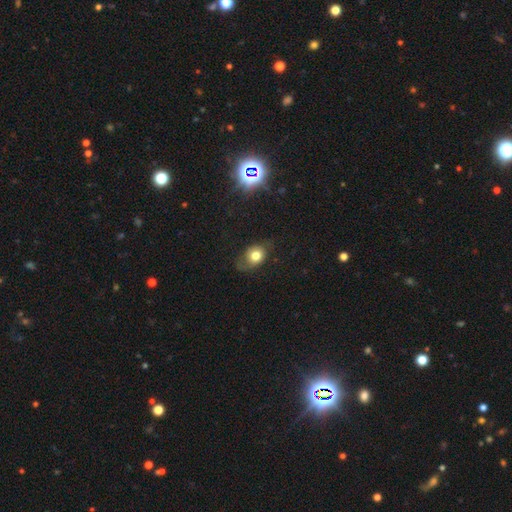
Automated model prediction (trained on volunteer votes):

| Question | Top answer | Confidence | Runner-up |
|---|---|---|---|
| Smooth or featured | smooth | 71% | featured or disk (18%) |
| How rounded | in between | 60% | round (38%) |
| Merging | none | 61% | minor disturbance (26%) |